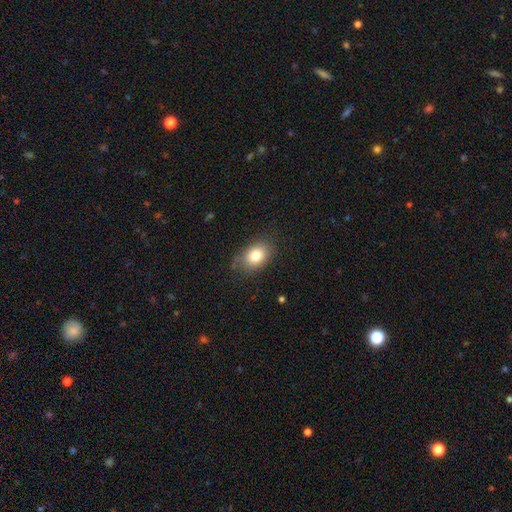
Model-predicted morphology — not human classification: type=smooth (81%); roundness=in between (72%); merging=none (79%).